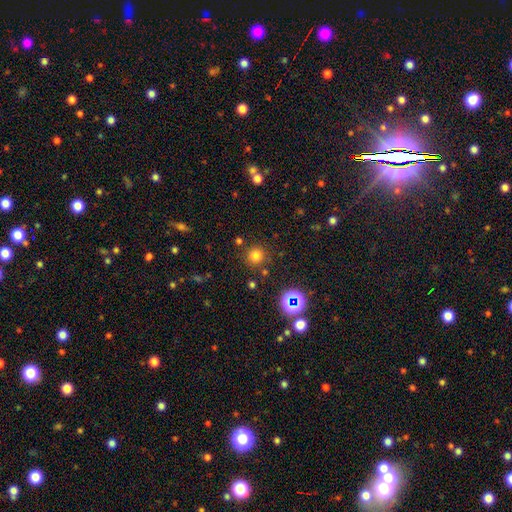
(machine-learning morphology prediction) Overall: smooth (74%). How rounded: round (95%). Merging: none (85%).